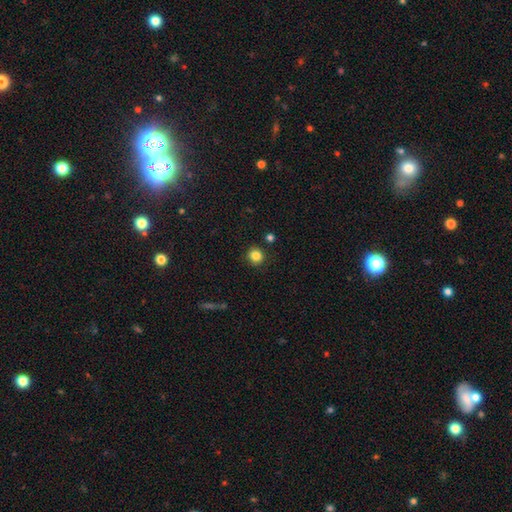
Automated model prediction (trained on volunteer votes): A smooth galaxy with no disk features (84%) that is round (91%).

Vote fractions:
- Smooth or featured? smooth: 84% / star or artifact: 11% / featured or disk: 5%
- How rounded? round: 91% / in between: 8% / cigar-shaped: 1%
- Merging? none: 89% / minor disturbance: 7% / merger: 3% / major disturbance: 2%